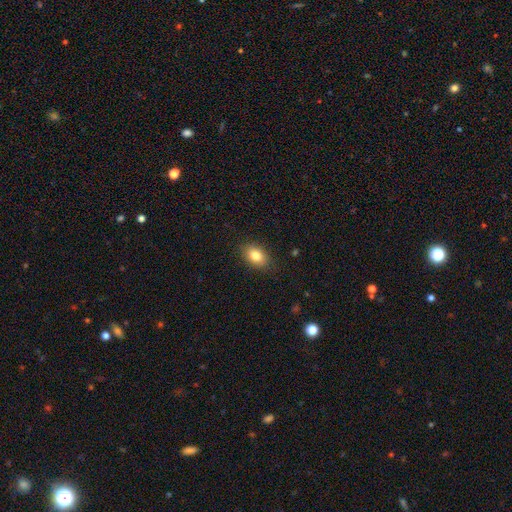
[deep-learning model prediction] A smooth galaxy with no disk features (83%) that is in between round and cigar-shaped (83%).

Vote fractions:
- Smooth or featured? smooth: 83% / star or artifact: 9% / featured or disk: 9%
- How rounded? in between: 83% / round: 16% / cigar-shaped: 1%
- Merging? none: 87% / minor disturbance: 10% / major disturbance: 2% / merger: 1%